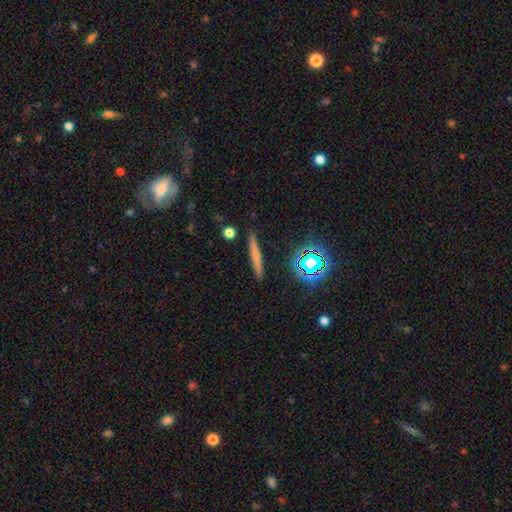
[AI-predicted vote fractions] smooth_or_featured: smooth (p=0.58) [alt: featured or disk p=0.28]
how_rounded: cigar-shaped (p=0.92) [alt: in between p=0.04]
merging: none (p=0.88) [alt: minor disturbance p=0.08]